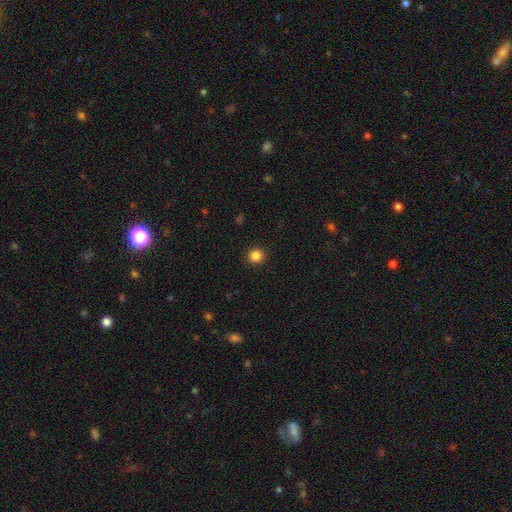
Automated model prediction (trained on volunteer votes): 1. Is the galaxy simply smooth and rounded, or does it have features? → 85% smooth, 11% star or artifact, 4% featured or disk.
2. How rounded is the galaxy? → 94% round, 5% in between, 1% cigar-shaped.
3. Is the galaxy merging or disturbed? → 93% none, 5% minor disturbance, 2% major disturbance, 1% merger.